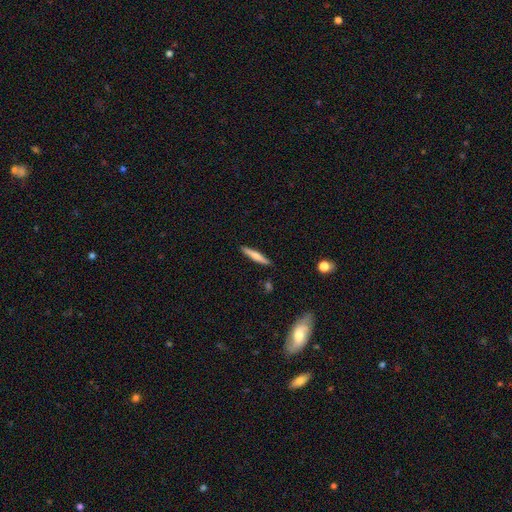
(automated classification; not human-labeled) Overall: smooth (57%; featured or disk 37%). How rounded: cigar-shaped (92%). Merging: none (89%).